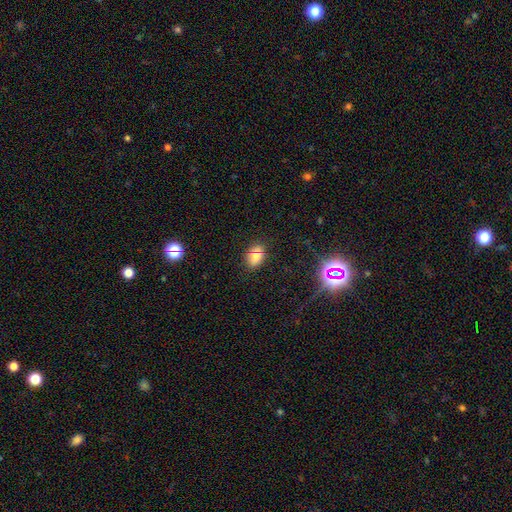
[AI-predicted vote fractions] Morphology: type=smooth (69%); roundness=in between (77%); merging=none (75%).